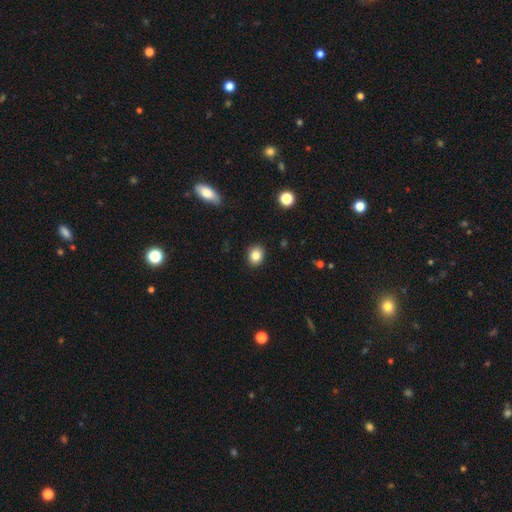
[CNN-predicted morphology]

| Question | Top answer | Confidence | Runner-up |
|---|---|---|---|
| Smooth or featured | smooth | 84% | star or artifact (10%) |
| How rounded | round | 58% | in between (41%) |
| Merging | none | 90% | minor disturbance (7%) |